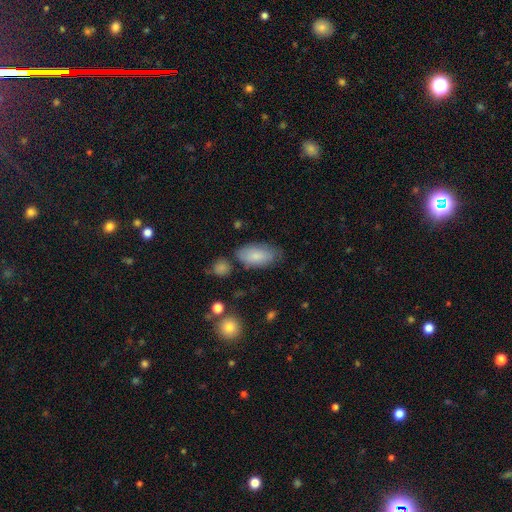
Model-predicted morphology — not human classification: Smooth or featured? Predicted: smooth (p=0.81). How rounded? Predicted: in between (p=0.93). Merging? Predicted: none (p=0.68).